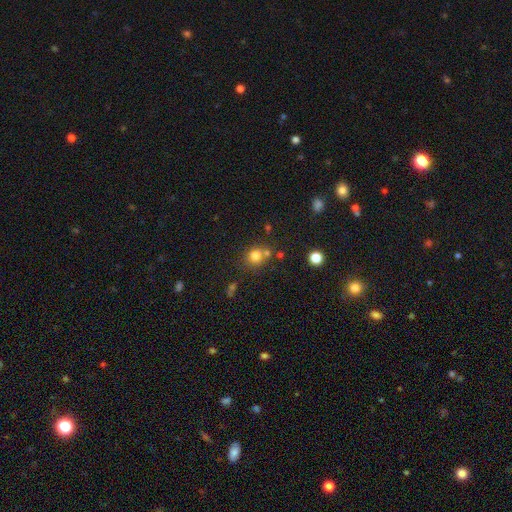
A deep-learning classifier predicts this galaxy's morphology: Overall: smooth (78%). How rounded: round (84%). Merging: none (63%).